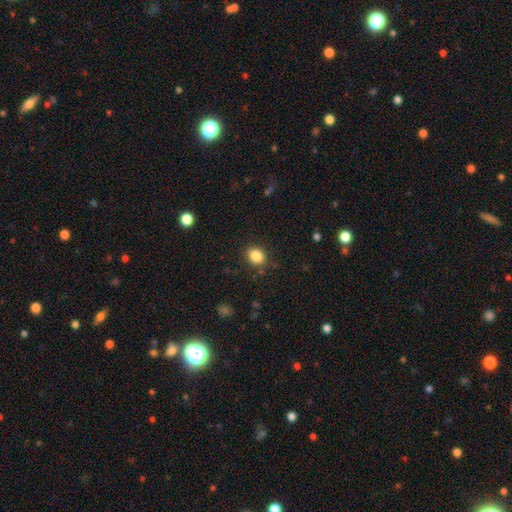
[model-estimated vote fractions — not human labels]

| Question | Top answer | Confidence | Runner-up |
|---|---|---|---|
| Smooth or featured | smooth | 85% | star or artifact (10%) |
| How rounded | round | 60% | in between (39%) |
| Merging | none | 86% | minor disturbance (10%) |